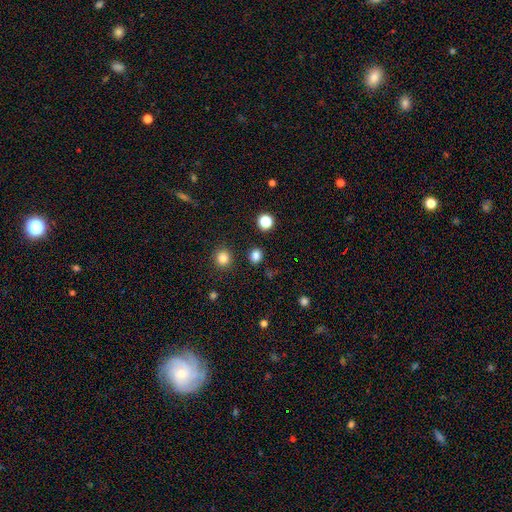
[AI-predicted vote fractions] Smooth or featured? smooth (81%)
How rounded? round (70%)
Merging? none (87%)